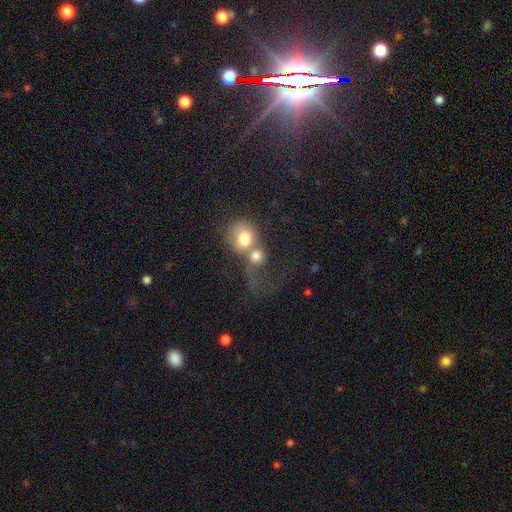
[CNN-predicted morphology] Smooth or featured?
  - smooth: 67% *
  - featured or disk: 23%
  - star or artifact: 10%
How rounded?
  - round: 71% *
  - in between: 28%
  - cigar-shaped: 1%
Merging?
  - merger: 71% *
  - none: 12%
  - major disturbance: 11%
  - minor disturbance: 5%